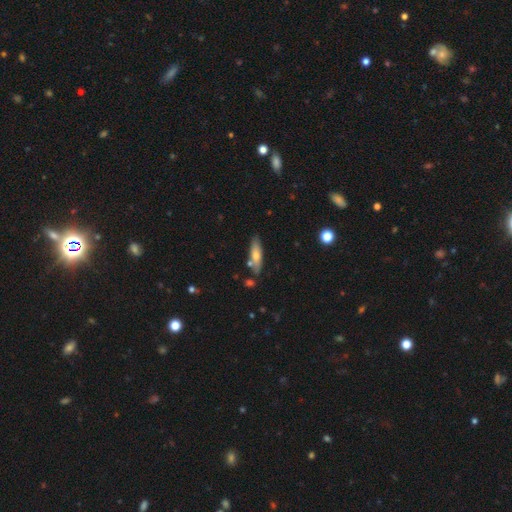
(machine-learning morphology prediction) smooth_or_featured: smooth (p=0.64) [alt: featured or disk p=0.29]
how_rounded: cigar-shaped (p=0.60) [alt: in between p=0.38]
merging: none (p=0.76) [alt: minor disturbance p=0.13]